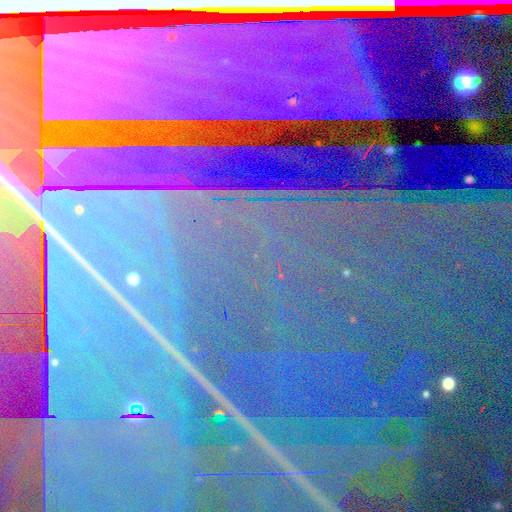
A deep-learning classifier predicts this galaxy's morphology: smooth-or-featured: star or artifact: 89% | featured or disk: 6% | smooth: 5%